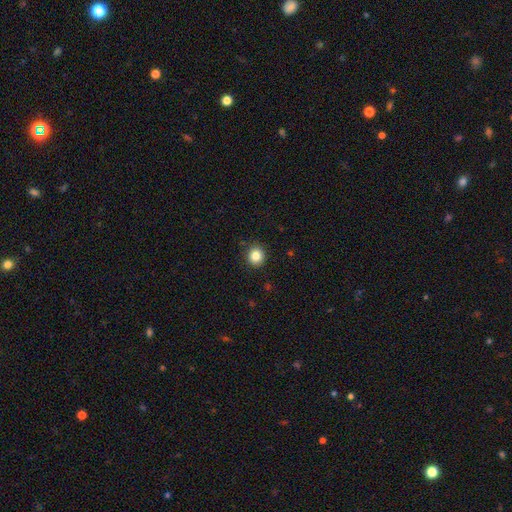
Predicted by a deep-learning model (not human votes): Smooth or featured: smooth — 84% (star or artifact — 11%)
How rounded: round — 85% (in between — 14%)
Merging: none — 90% (minor disturbance — 7%)